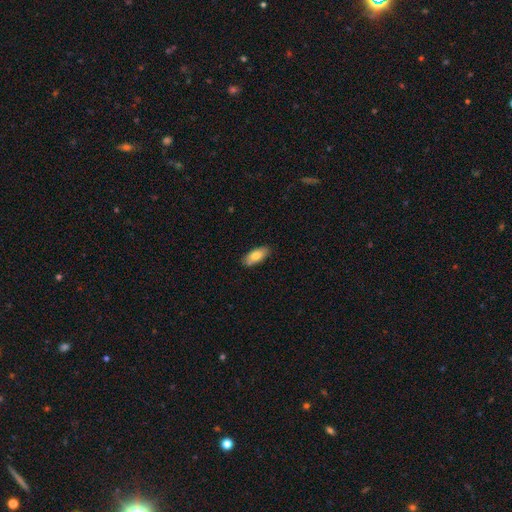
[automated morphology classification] A smooth galaxy with no disk features (78%) that is in between round and cigar-shaped (88%).

Vote fractions:
- Smooth or featured? smooth: 78% / featured or disk: 16% / star or artifact: 6%
- How rounded? in between: 88% / cigar-shaped: 10% / round: 2%
- Merging? none: 83% / minor disturbance: 14% / major disturbance: 2% / merger: 1%